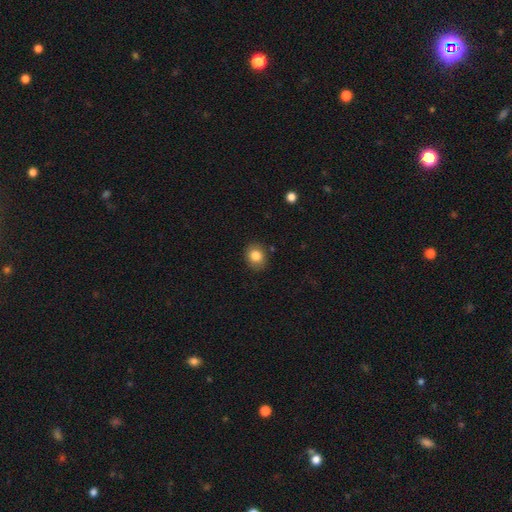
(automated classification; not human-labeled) Smooth or featured: smooth — 83% (star or artifact — 10%)
How rounded: round — 64% (in between — 35%)
Merging: none — 86% (minor disturbance — 10%)